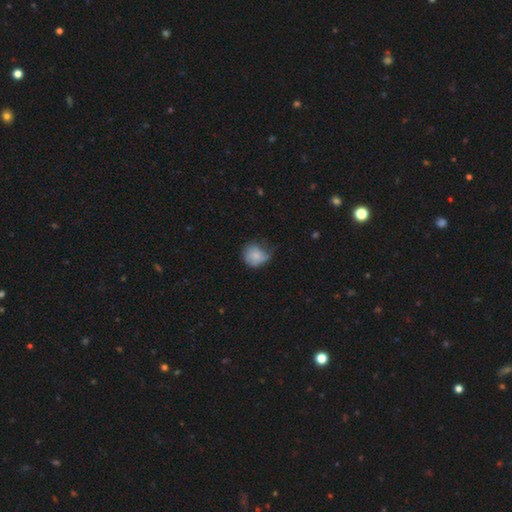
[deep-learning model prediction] A smooth galaxy with no disk features (72%) that is round (71%). Merging: minor disturbance (41%).